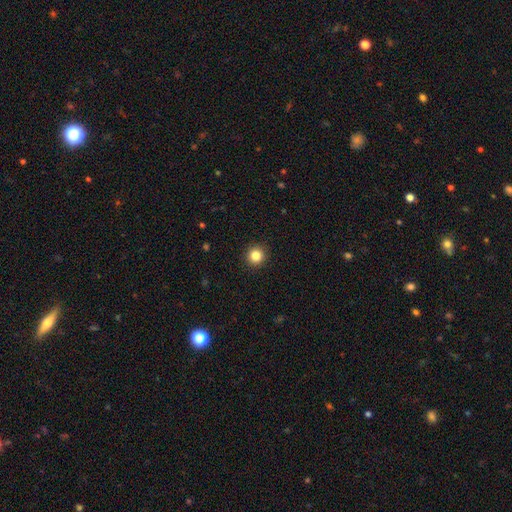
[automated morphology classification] A smooth galaxy with no disk features (84%) that is round (95%). Merging: none (93%).